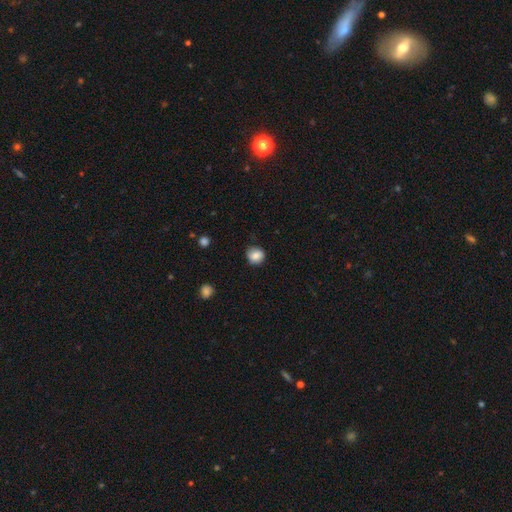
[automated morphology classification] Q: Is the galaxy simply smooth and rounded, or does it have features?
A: smooth — 84%.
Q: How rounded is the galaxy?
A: round — 86%.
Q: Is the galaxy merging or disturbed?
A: none — 85%.